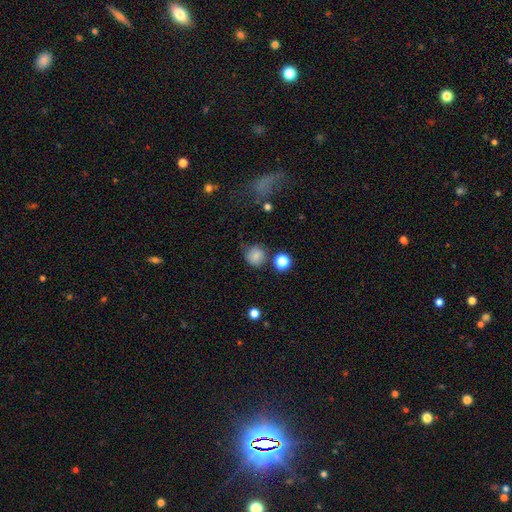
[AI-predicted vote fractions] Morphology: type=smooth (79%); roundness=round (88%); merging=none (71%).